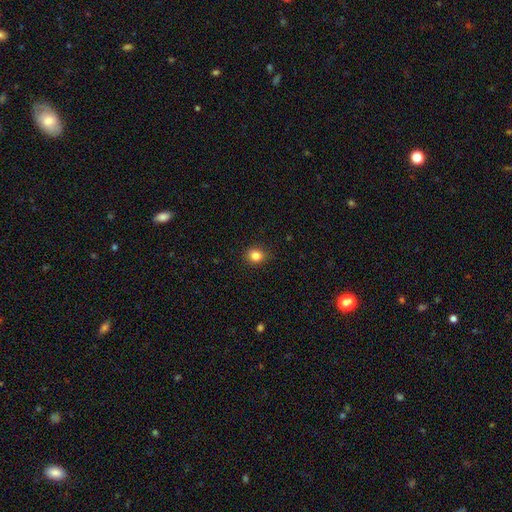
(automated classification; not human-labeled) This appears to be a smooth galaxy with no disk features (83%) that is round (78%). Merging: none (88%).